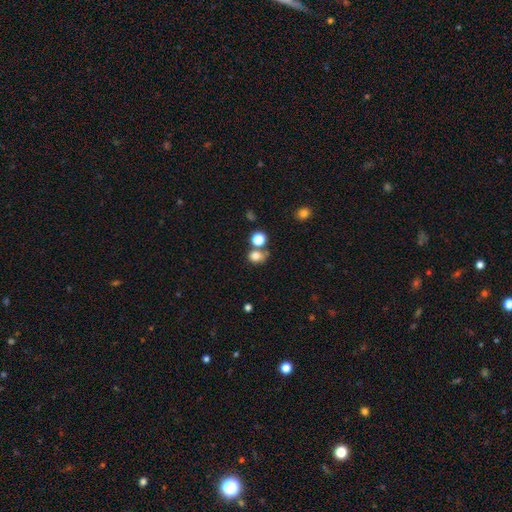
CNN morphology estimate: Overall: smooth (78%). How rounded: round (61%; in between 38%). Merging: none (54%; merger 27%).